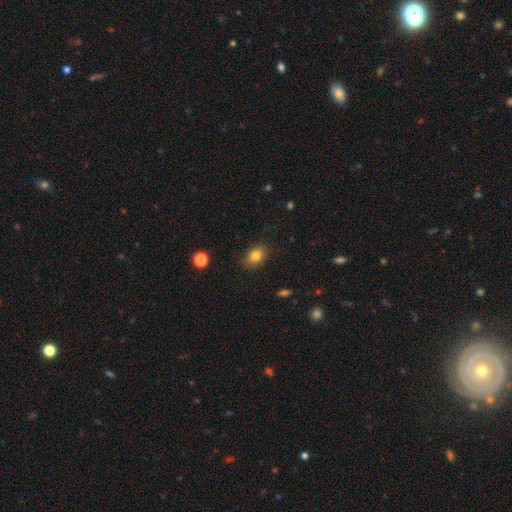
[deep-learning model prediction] smooth 81%, star or artifact 10%, featured or disk 8%. Down the decision tree: how rounded — in between (73%); merging — none (83%).